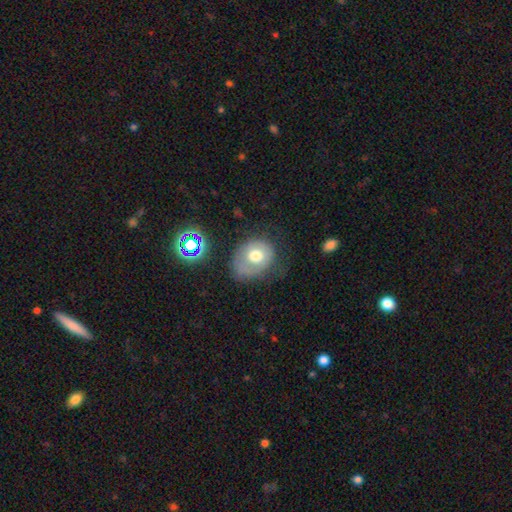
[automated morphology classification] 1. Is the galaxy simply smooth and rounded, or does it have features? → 58% smooth, 32% featured or disk, 11% star or artifact.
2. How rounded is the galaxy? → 56% round, 43% in between, 1% cigar-shaped.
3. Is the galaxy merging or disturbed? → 52% none, 27% minor disturbance, 18% major disturbance, 3% merger.